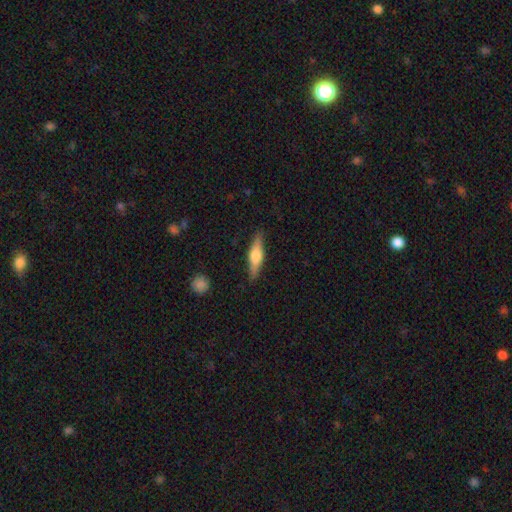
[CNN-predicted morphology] Smooth or featured: featured or disk — 52% (smooth — 41%)
Edge-on disk: yes — 95% (no — 5%)
Merging: none — 86% (minor disturbance — 10%)